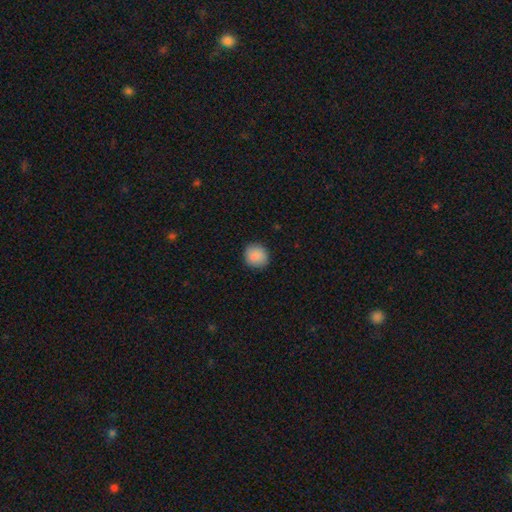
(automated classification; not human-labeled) Smooth or featured?
  - smooth: 89% *
  - star or artifact: 8%
  - featured or disk: 4%
How rounded?
  - round: 85% *
  - in between: 14%
  - cigar-shaped: 1%
Merging?
  - none: 88% *
  - minor disturbance: 9%
  - major disturbance: 2%
  - merger: 1%